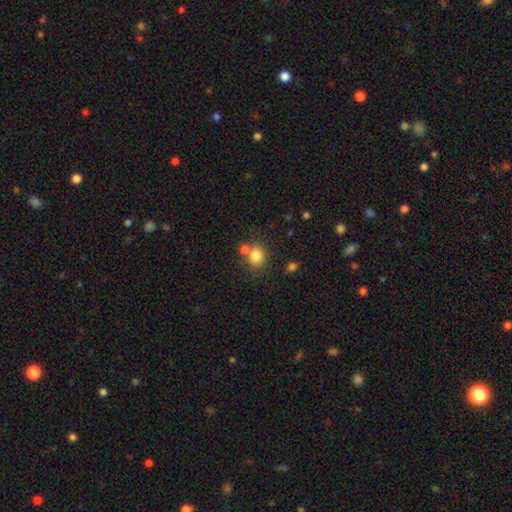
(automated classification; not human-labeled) Overall: smooth (82%). How rounded: round (72%). Merging: none (60%; merger 26%).